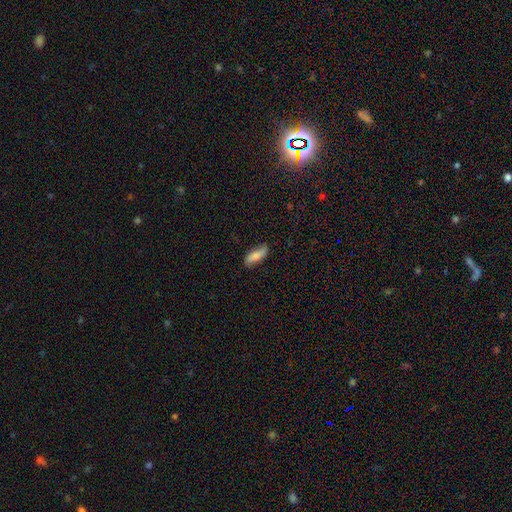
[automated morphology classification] A smooth galaxy with no disk features (68%) that is in between round and cigar-shaped (65%). Merging: none (77%).